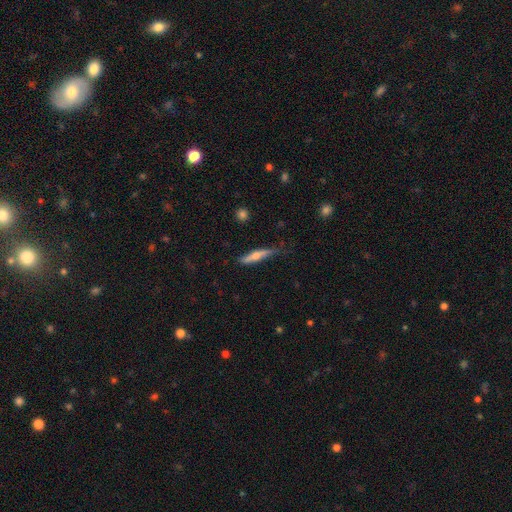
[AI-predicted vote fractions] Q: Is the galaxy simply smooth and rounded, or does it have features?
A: smooth — 48%.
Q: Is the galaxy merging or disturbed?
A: none — 66%.